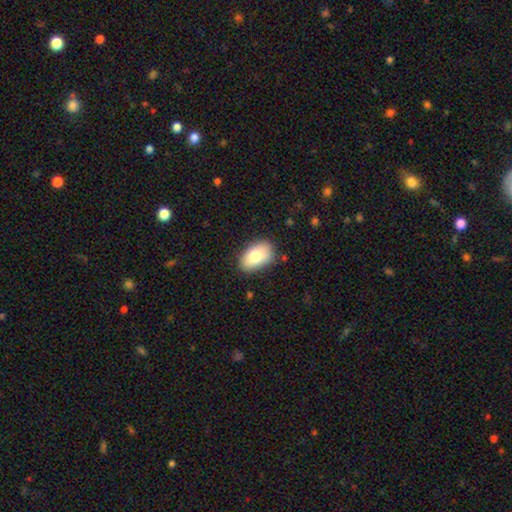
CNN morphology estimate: The model was most divided on "smooth or featured": smooth: 78%, featured or disk: 14%, star or artifact: 8%. More confident: how rounded — in between (90%); merging — none (80%).